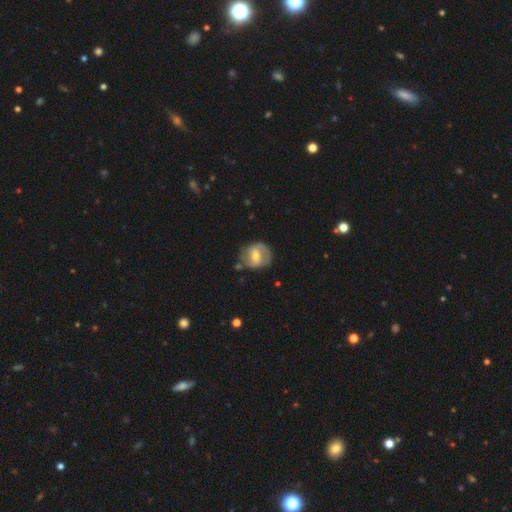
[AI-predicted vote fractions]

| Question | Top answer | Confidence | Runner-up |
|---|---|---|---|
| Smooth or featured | featured or disk | 59% | smooth (35%) |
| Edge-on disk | no | 96% | yes (4%) |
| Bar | weak | 46% | strong (32%) |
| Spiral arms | yes | 68% | no (32%) |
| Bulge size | moderate | 61% | small (30%) |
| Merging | none | 70% | minor disturbance (19%) |